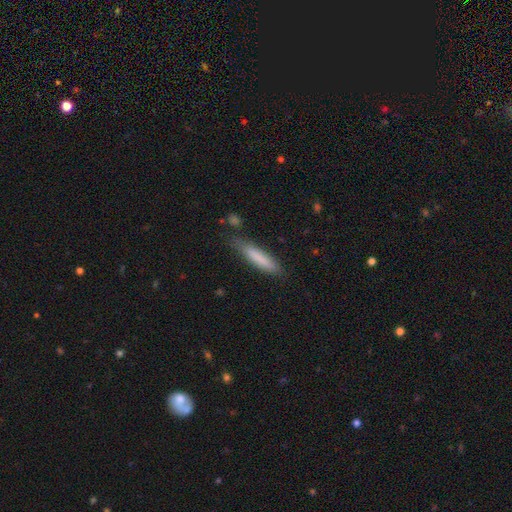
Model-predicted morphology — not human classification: Q: Smooth or featured?
A: smooth (78%); runner-up: featured or disk (15%)
Q: How rounded?
A: cigar-shaped (87%); runner-up: in between (12%)
Q: Merging?
A: none (78%); runner-up: minor disturbance (16%)